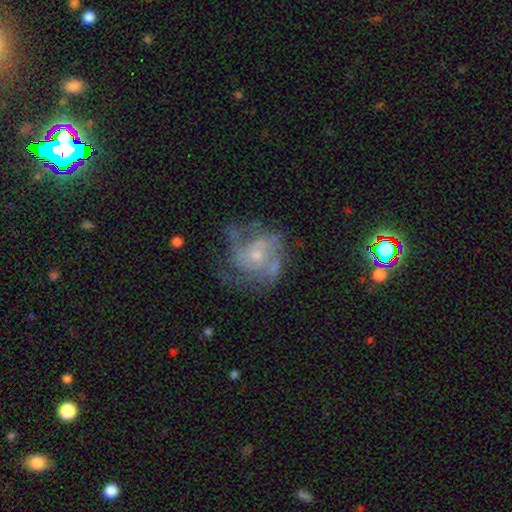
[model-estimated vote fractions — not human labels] This appears to be a featured or disk galaxy (75%) with no bar (77%), medium (43%) spiral arms (81%) and a small central bulge (53%). Merging: none (50%).